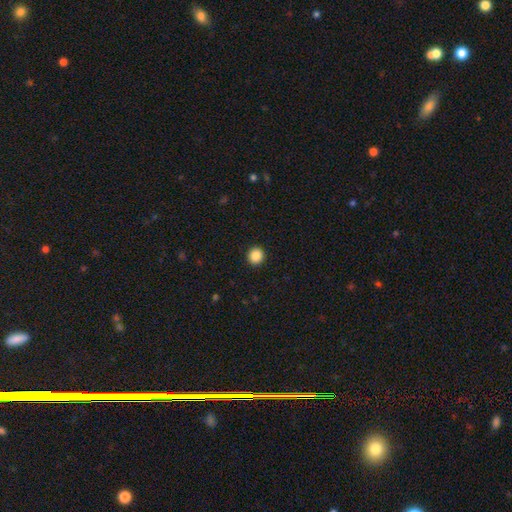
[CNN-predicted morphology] Smooth or featured? Predicted: smooth (p=0.87). How rounded? Predicted: round (p=0.92). Merging? Predicted: none (p=0.93).